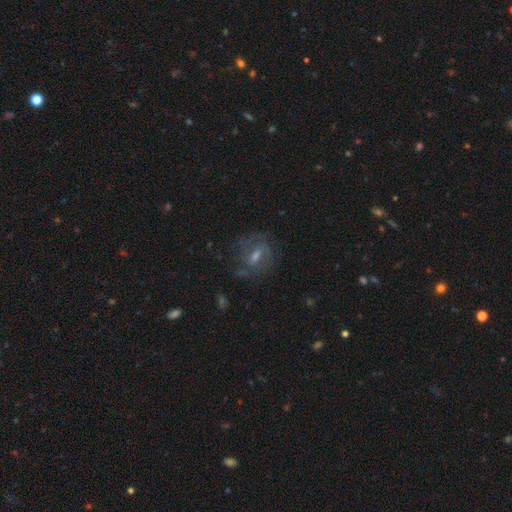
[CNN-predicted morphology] smooth-or-featured: featured or disk: 57% | smooth: 26% | star or artifact: 17%
  disk-edge-on: no: 89% | yes: 11%
    bar: weak: 48% | strong: 29% | no: 23%
    has-spiral-arms: yes: 69% | no: 31%
    bulge-size: moderate: 45% | small: 34% | none: 12% | large: 8% | dominant: 2%
  merging: none: 67% | minor disturbance: 17% | major disturbance: 13% | merger: 2%